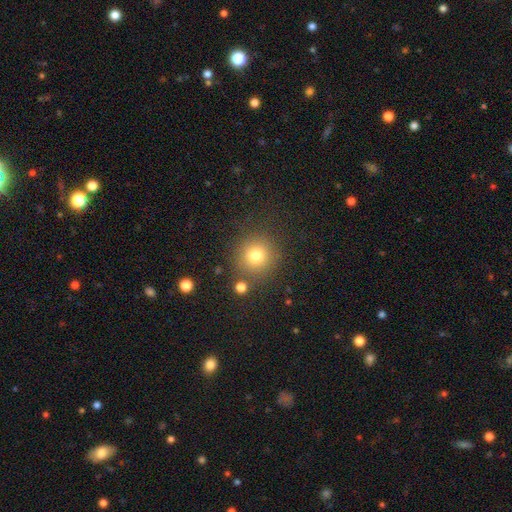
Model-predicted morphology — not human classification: Smooth or featured? Predicted: smooth (p=0.78). How rounded? Predicted: round (p=0.91). Merging? Predicted: none (p=0.81).